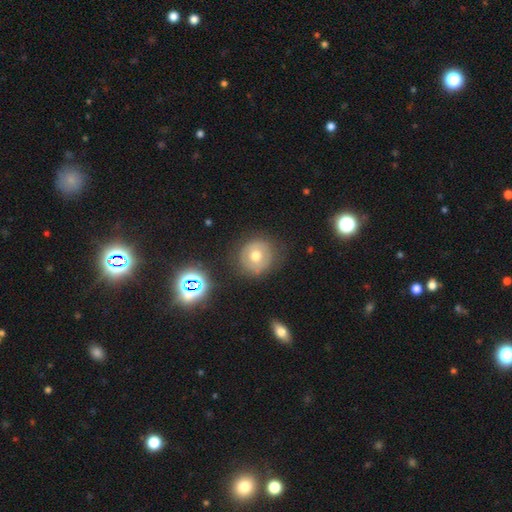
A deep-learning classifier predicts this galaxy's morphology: Q: Smooth or featured?
A: smooth (58%); runner-up: featured or disk (29%)
Q: How rounded?
A: round (91%); runner-up: in between (8%)
Q: Merging?
A: none (82%); runner-up: minor disturbance (12%)